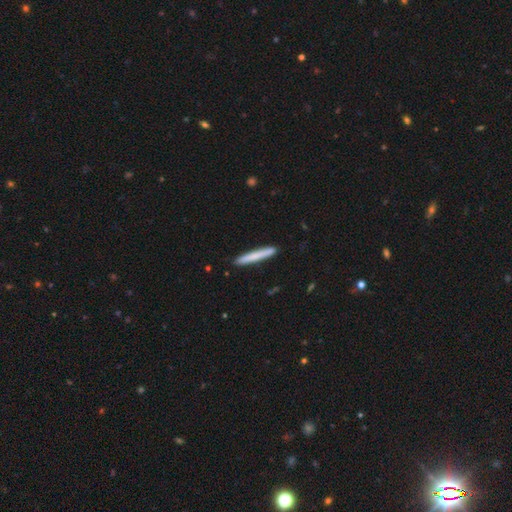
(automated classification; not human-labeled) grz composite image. It shows a smooth galaxy with no disk features (72%) that is cigar-shaped (97%). Merging: none (91%).